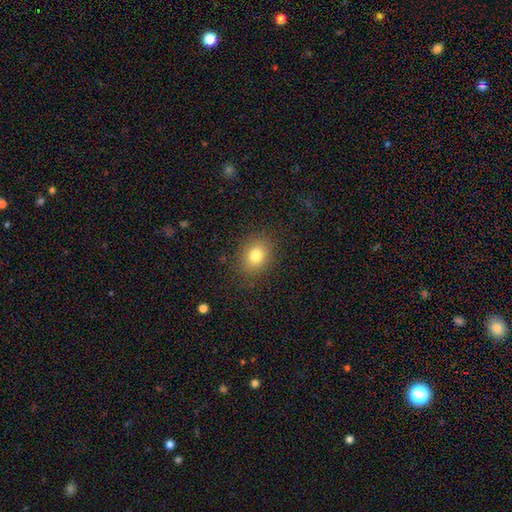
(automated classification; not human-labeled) smooth-or-featured: smooth: 80% | star or artifact: 11% | featured or disk: 9%
  how-rounded: round: 52% | in between: 47% | cigar-shaped: 1%
  merging: none: 86% | minor disturbance: 10% | major disturbance: 4% | merger: 1%